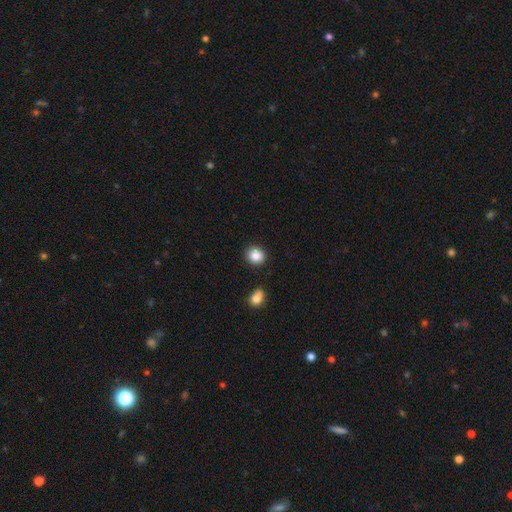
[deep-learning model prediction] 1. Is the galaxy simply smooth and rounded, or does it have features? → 87% smooth, 9% star or artifact, 4% featured or disk.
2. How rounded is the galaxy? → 83% round, 16% in between, 1% cigar-shaped.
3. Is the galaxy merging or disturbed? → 87% none, 8% minor disturbance, 3% merger, 2% major disturbance.